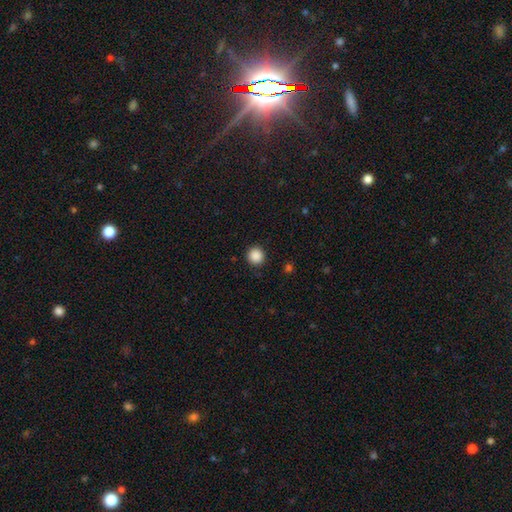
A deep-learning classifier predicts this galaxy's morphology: type=smooth (88%); roundness=round (95%); merging=none (92%).